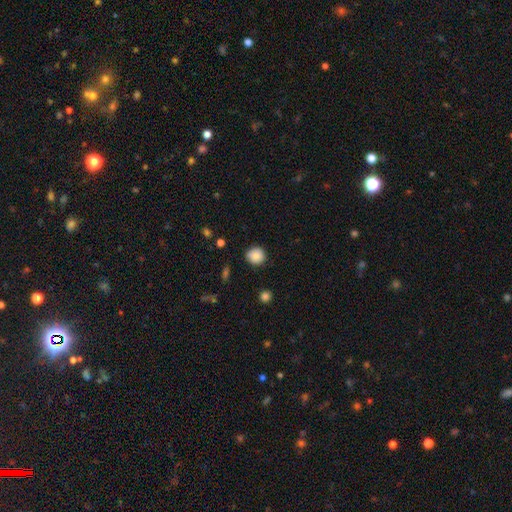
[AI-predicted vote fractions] A smooth galaxy with no disk features (86%) that is round (89%). Merging: none (85%).